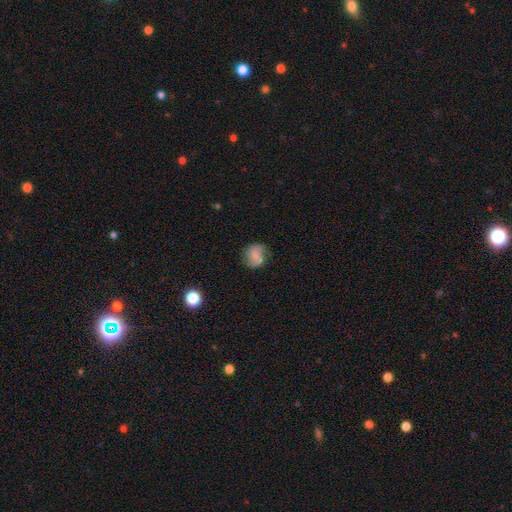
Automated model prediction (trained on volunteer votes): This is likely a smooth galaxy (63%). How rounded: likely round (72%). Merging: likely none (68%).